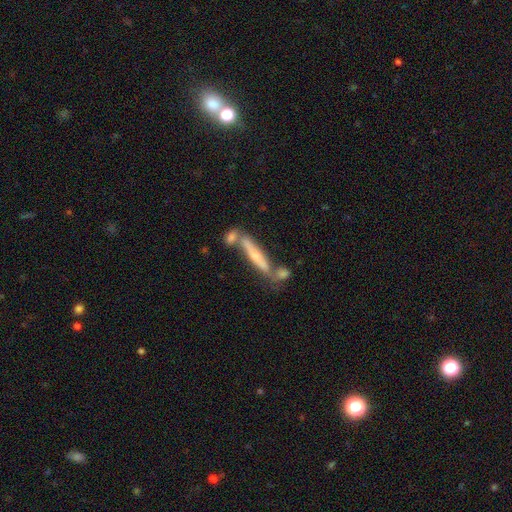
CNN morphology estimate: smooth-or-featured: featured or disk: 54% | smooth: 39% | star or artifact: 7%
  disk-edge-on: yes: 83% | no: 17%
  merging: none: 52% | merger: 29% | minor disturbance: 15% | major disturbance: 5%